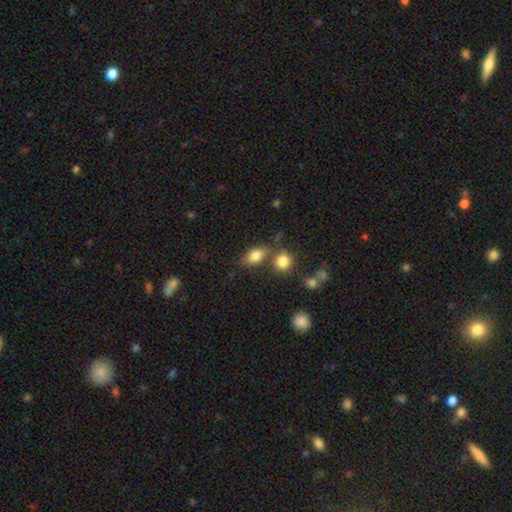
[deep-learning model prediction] smooth-or-featured: smooth: 81% | featured or disk: 9% | star or artifact: 9%
  how-rounded: in between: 80% | round: 16% | cigar-shaped: 4%
  merging: none: 57% | merger: 24% | minor disturbance: 14% | major disturbance: 5%